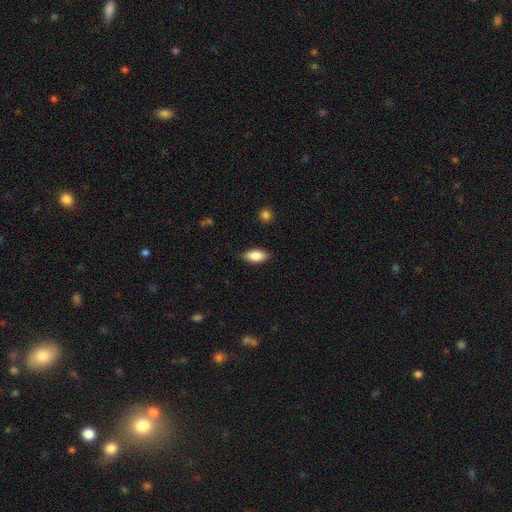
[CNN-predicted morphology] The model was most divided on "merging": none: 83%, minor disturbance: 13%, major disturbance: 3%, merger: 1%. More confident: how rounded — in between (89%); smooth or featured — smooth (83%).